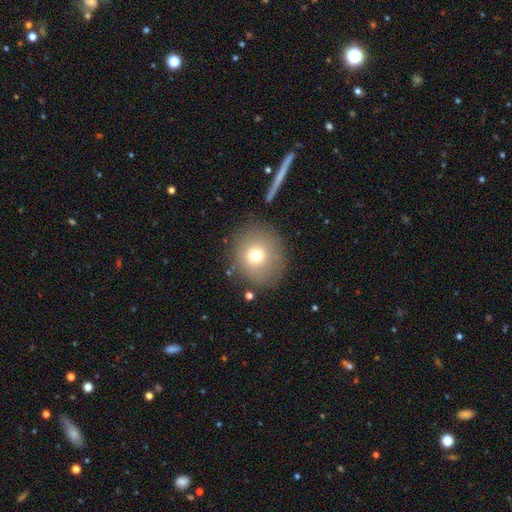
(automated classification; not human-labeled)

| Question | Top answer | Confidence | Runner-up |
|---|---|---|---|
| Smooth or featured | smooth | 72% | featured or disk (16%) |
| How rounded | round | 87% | in between (12%) |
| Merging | none | 82% | minor disturbance (10%) |